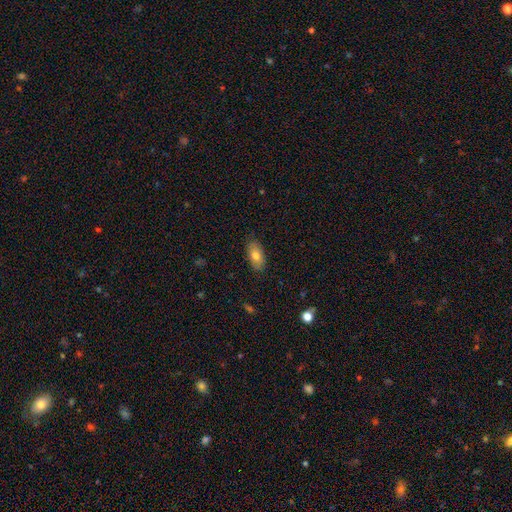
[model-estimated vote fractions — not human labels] Morphology: type=smooth (77%); roundness=in between (91%); merging=none (86%).